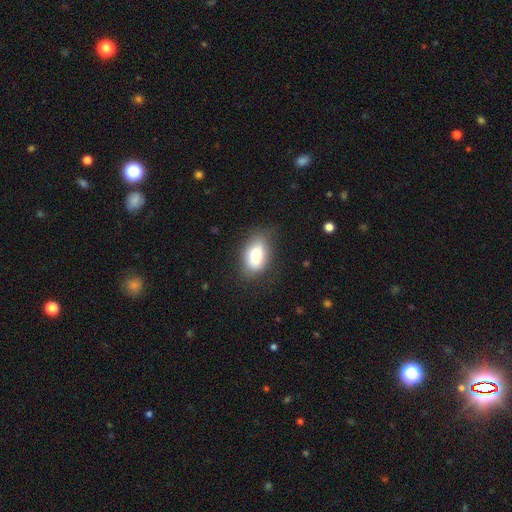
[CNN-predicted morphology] Smooth or featured: smooth — 81% (featured or disk — 12%)
How rounded: in between — 90% (round — 8%)
Merging: none — 71% (minor disturbance — 21%)